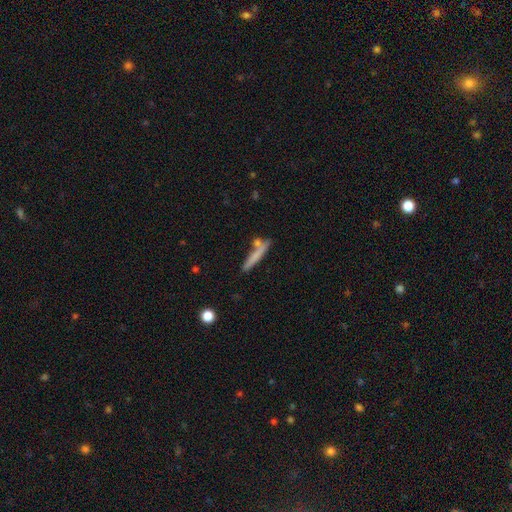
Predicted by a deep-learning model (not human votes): The model was most divided on "smooth or featured": smooth: 68%, featured or disk: 26%, star or artifact: 7%. More confident: how rounded — cigar-shaped (93%); merging — none (70%).